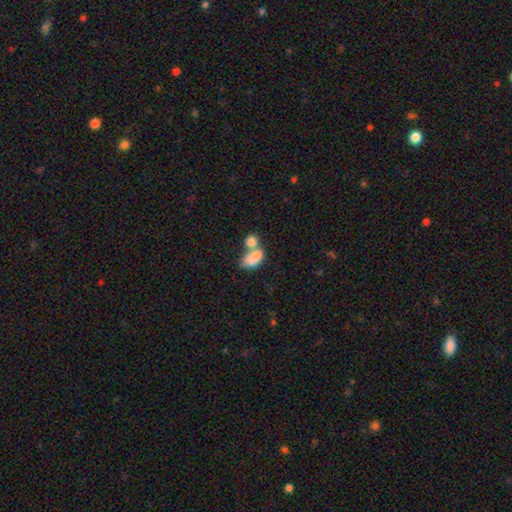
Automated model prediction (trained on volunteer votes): Smooth or featured?
  - smooth: 81% *
  - featured or disk: 11%
  - star or artifact: 8%
How rounded?
  - in between: 89% *
  - round: 7%
  - cigar-shaped: 3%
Merging?
  - merger: 62% *
  - none: 22%
  - minor disturbance: 9%
  - major disturbance: 7%